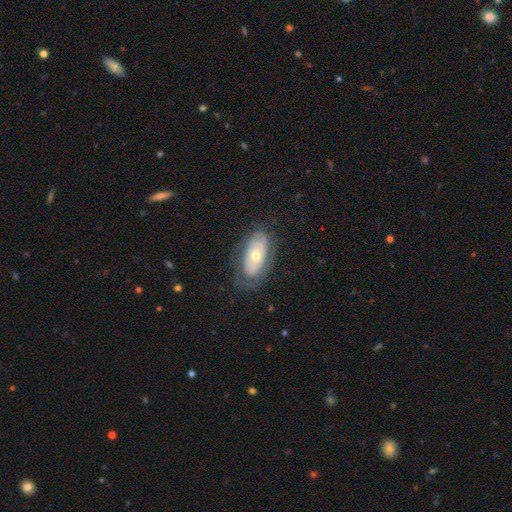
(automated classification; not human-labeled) smooth-or-featured: featured or disk: 56% | smooth: 38% | star or artifact: 6%
  disk-edge-on: no: 88% | yes: 12%
  merging: none: 64% | minor disturbance: 23% | major disturbance: 12% | merger: 1%